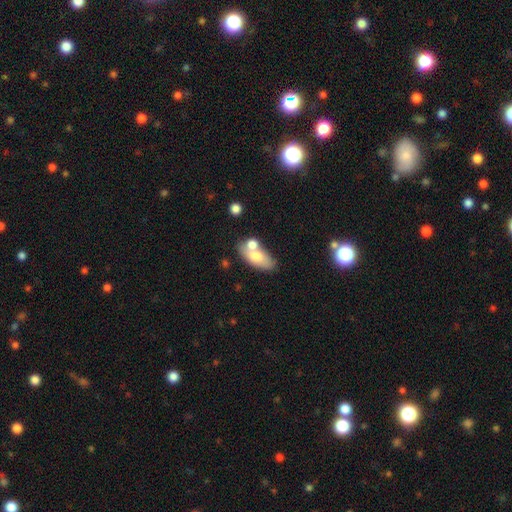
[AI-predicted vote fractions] A smooth galaxy with no disk features (68%) that is in between round and cigar-shaped (86%).

Vote fractions:
- Smooth or featured? smooth: 68% / featured or disk: 25% / star or artifact: 7%
- How rounded? in between: 86% / cigar-shaped: 8% / round: 5%
- Merging? none: 49% / merger: 31% / minor disturbance: 14% / major disturbance: 5%